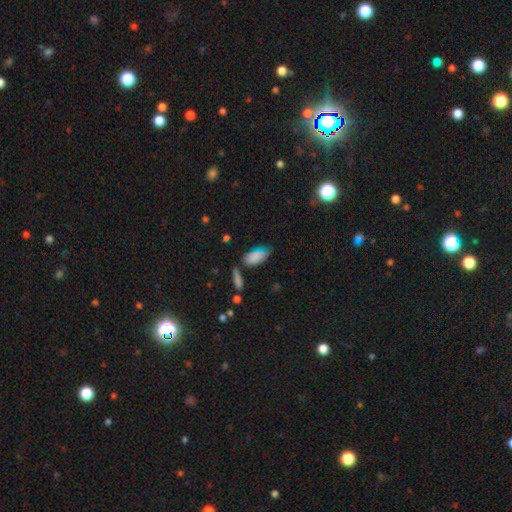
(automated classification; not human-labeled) Smooth or featured? smooth (79%)
How rounded? in between (90%)
Merging? none (60%)